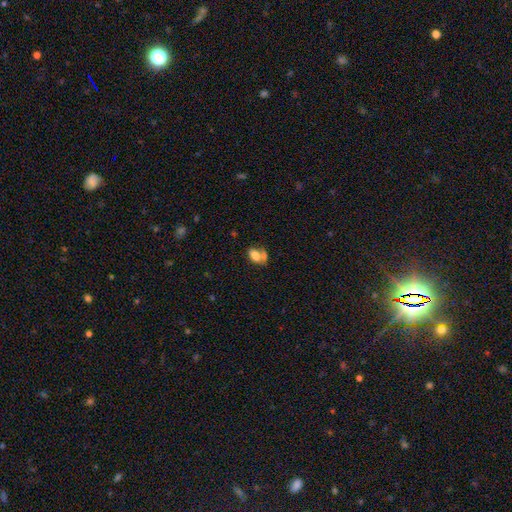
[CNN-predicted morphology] This is likely a smooth galaxy (76%). How rounded: clearly in between (87%). Merging: marginally merger (42%).